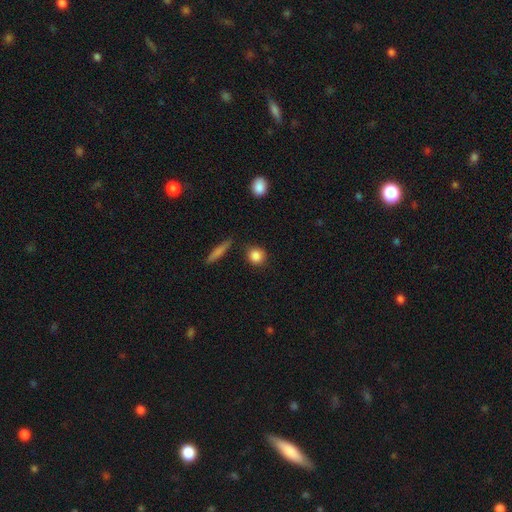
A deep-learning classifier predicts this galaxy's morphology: A smooth galaxy with no disk features (86%) that is round (83%).

Vote fractions:
- Smooth or featured? smooth: 86% / star or artifact: 9% / featured or disk: 6%
- How rounded? round: 83% / in between: 14% / cigar-shaped: 3%
- Merging? none: 83% / minor disturbance: 11% / merger: 3% / major disturbance: 3%